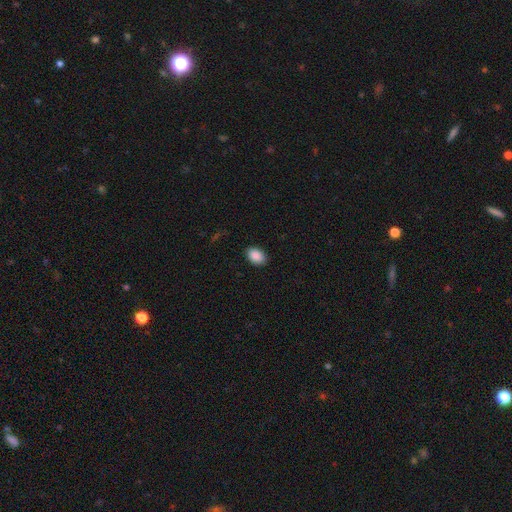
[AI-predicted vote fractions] smooth-or-featured: smooth: 90% | star or artifact: 7% | featured or disk: 3%
  how-rounded: in between: 84% | round: 15% | cigar-shaped: 1%
  merging: none: 89% | minor disturbance: 8% | major disturbance: 2% | merger: 1%